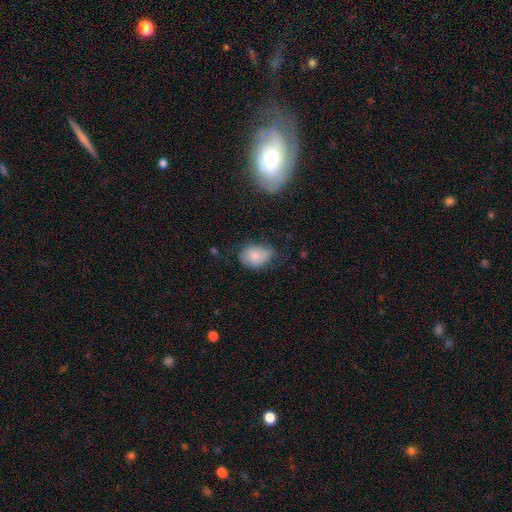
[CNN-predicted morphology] Q: Smooth or featured?
A: smooth (75%); runner-up: featured or disk (17%)
Q: How rounded?
A: in between (71%); runner-up: round (28%)
Q: Merging?
A: none (55%); runner-up: minor disturbance (32%)